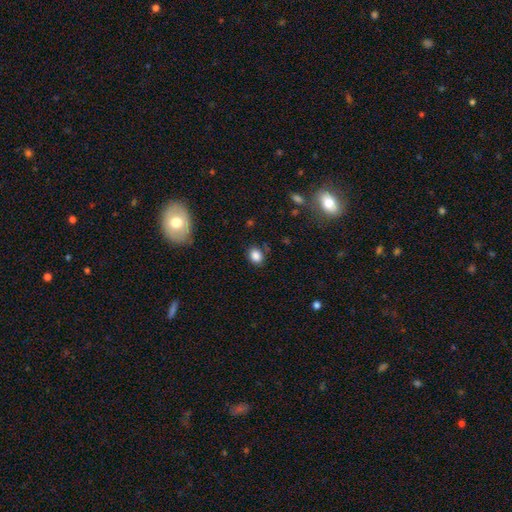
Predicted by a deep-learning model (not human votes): smooth-or-featured: smooth: 85% | star or artifact: 10% | featured or disk: 5%
  how-rounded: round: 50% | in between: 49% | cigar-shaped: 1%
  merging: none: 82% | minor disturbance: 13% | major disturbance: 3% | merger: 2%